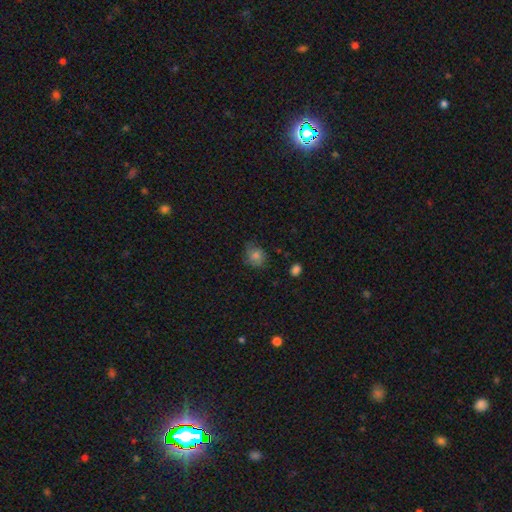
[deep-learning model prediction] smooth 74%, featured or disk 14%, star or artifact 11%. Down the decision tree: how rounded — round (71%); merging — none (64%).